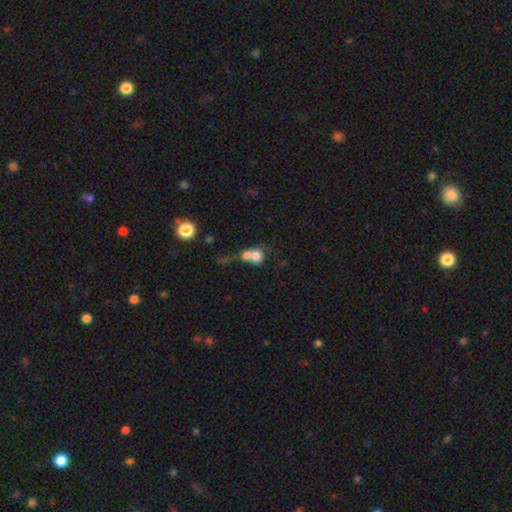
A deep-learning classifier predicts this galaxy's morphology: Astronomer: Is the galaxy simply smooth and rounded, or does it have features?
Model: smooth — 70%.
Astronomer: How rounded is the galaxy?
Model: round — 70%.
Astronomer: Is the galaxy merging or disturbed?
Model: merger — 69%.